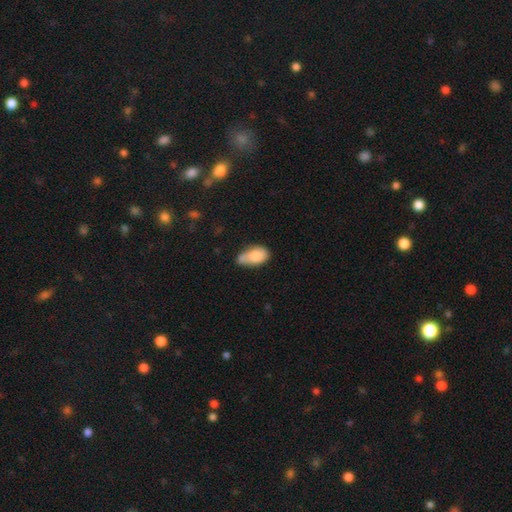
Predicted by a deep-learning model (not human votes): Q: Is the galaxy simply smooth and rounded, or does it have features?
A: smooth — 76%.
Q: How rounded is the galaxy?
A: in between — 89%.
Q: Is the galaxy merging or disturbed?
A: none — 36%.